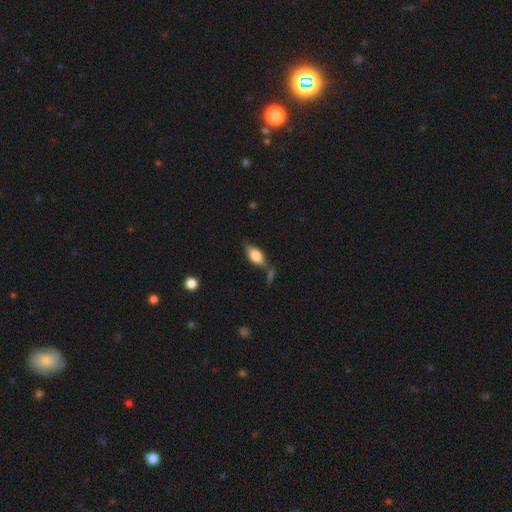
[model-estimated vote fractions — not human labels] Smooth or featured: smooth — 70% (featured or disk — 22%)
How rounded: in between — 84% (cigar-shaped — 12%)
Merging: none — 60% (minor disturbance — 19%)